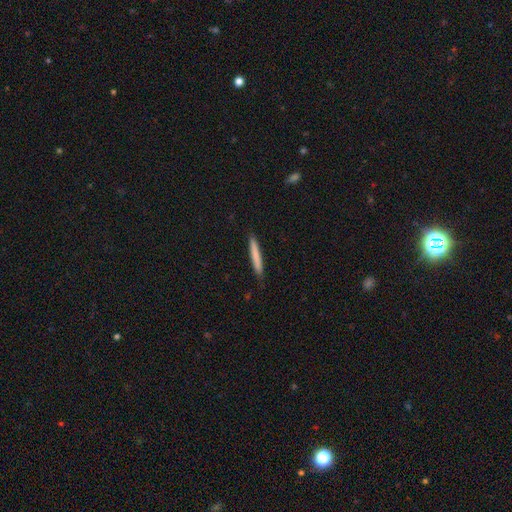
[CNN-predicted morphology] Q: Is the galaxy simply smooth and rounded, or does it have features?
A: smooth — 77%.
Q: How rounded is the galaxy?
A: cigar-shaped — 96%.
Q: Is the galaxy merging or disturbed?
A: none — 89%.